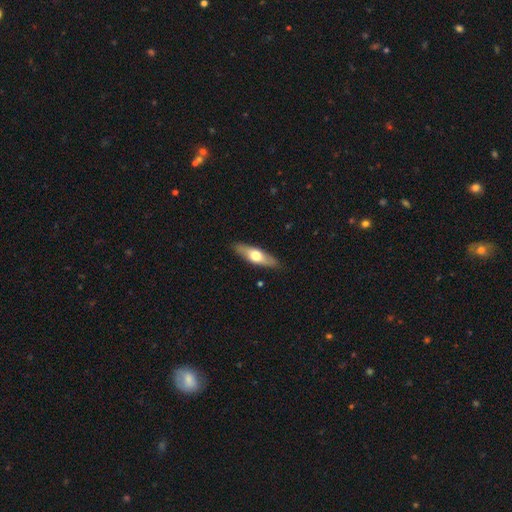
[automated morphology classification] This is possibly a smooth galaxy (50%). Merging: clearly none (88%).